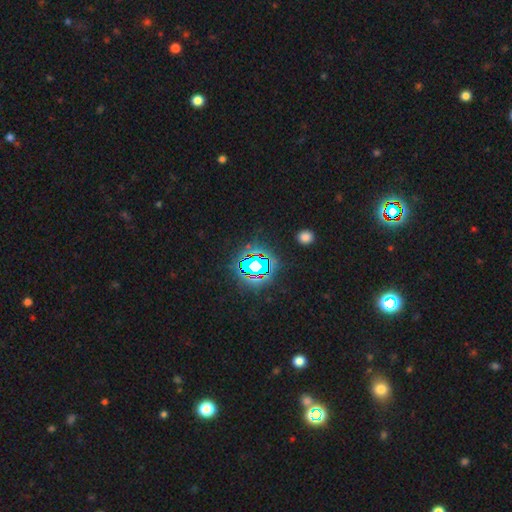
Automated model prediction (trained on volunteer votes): A star or artifact, not a galaxy (81%).

Vote fractions:
- Smooth or featured? star or artifact: 81% / smooth: 11% / featured or disk: 8%